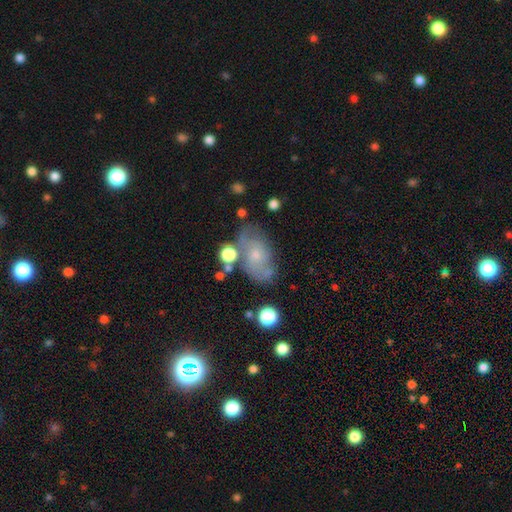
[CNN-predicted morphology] A featured or disk galaxy (45%). Merging: none (54%).